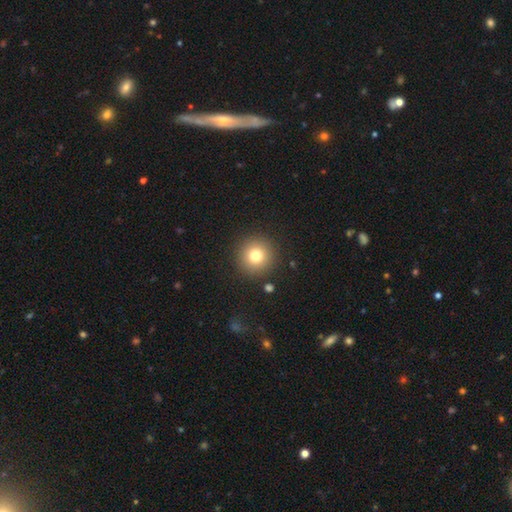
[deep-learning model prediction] This appears to be a smooth galaxy with no disk features (78%) that is round (95%). Merging: none (90%).